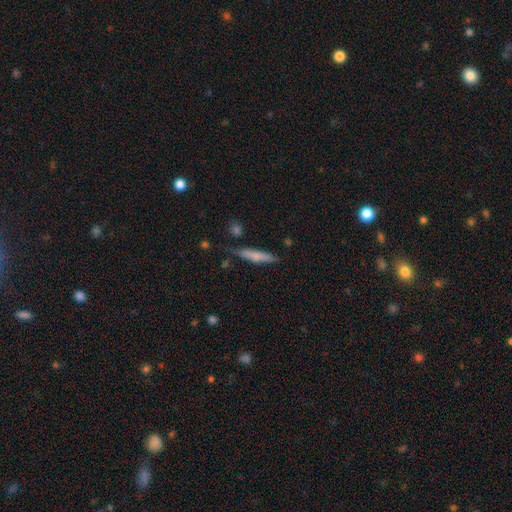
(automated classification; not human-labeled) Smooth or featured? smooth (68%)
How rounded? cigar-shaped (87%)
Merging? none (73%)